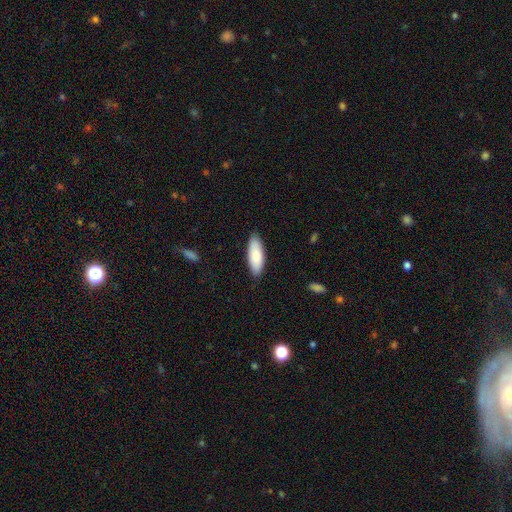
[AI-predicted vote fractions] Smooth or featured: smooth — 87% (featured or disk — 8%)
How rounded: in between — 70% (cigar-shaped — 29%)
Merging: none — 87% (minor disturbance — 11%)